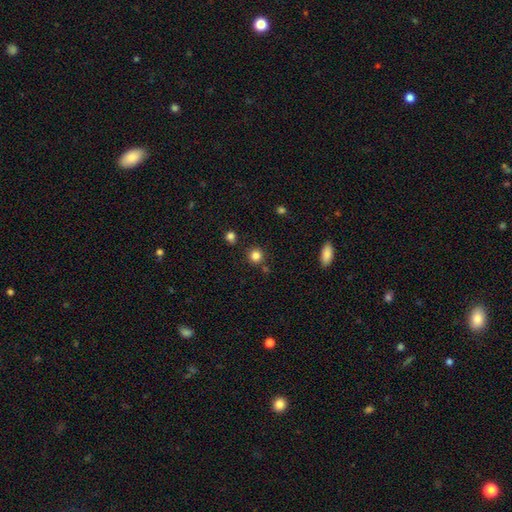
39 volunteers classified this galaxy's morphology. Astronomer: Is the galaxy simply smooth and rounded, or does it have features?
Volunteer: smooth — 90%.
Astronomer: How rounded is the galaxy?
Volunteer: round — 89%.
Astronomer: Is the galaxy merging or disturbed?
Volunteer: none — 83%.